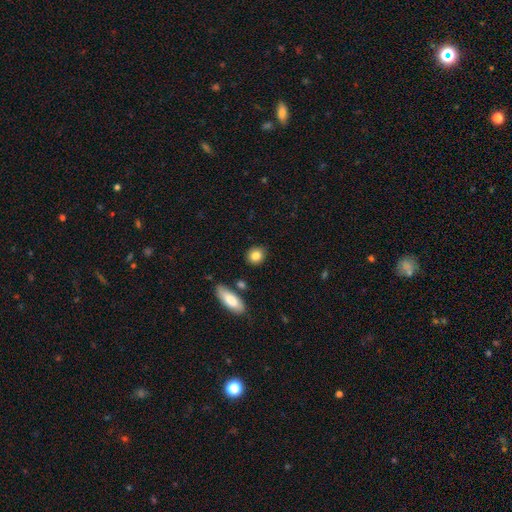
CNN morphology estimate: This is clearly a smooth galaxy (84%). How rounded: likely round (70%). Merging: clearly none (85%).